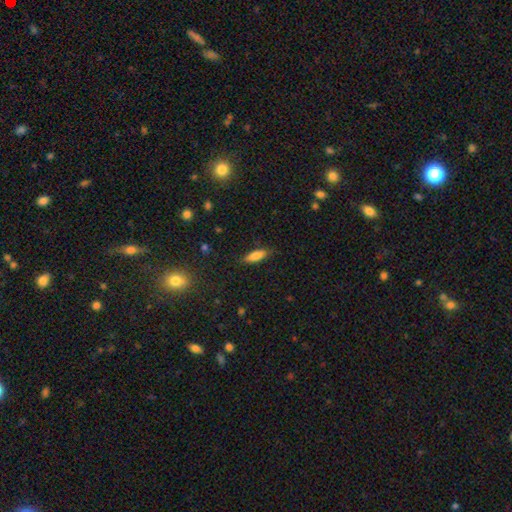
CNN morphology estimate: smooth-or-featured: smooth: 81% | featured or disk: 11% | star or artifact: 8%
  how-rounded: in between: 57% | cigar-shaped: 41% | round: 2%
  merging: none: 82% | minor disturbance: 13% | major disturbance: 3% | merger: 1%